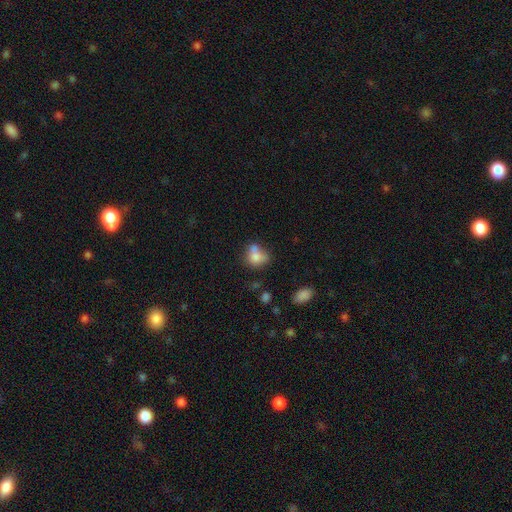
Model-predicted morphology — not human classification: smooth-or-featured: smooth: 73% | featured or disk: 17% | star or artifact: 11%
  how-rounded: in between: 50% | round: 48% | cigar-shaped: 2%
  merging: merger: 42% | none: 32% | minor disturbance: 17% | major disturbance: 9%